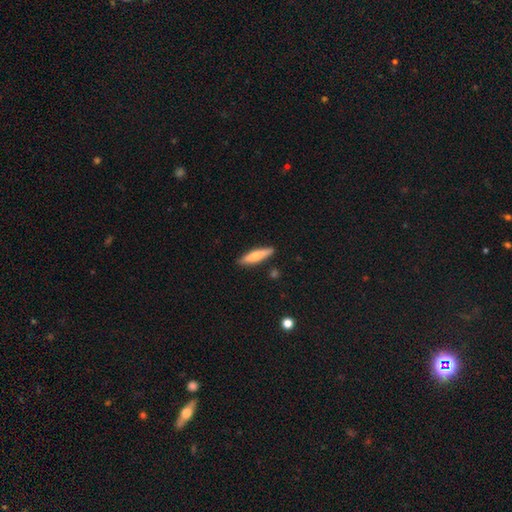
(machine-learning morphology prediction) Smooth or featured? Predicted: smooth (p=0.65). How rounded? Predicted: cigar-shaped (p=0.80). Merging? Predicted: none (p=0.87).